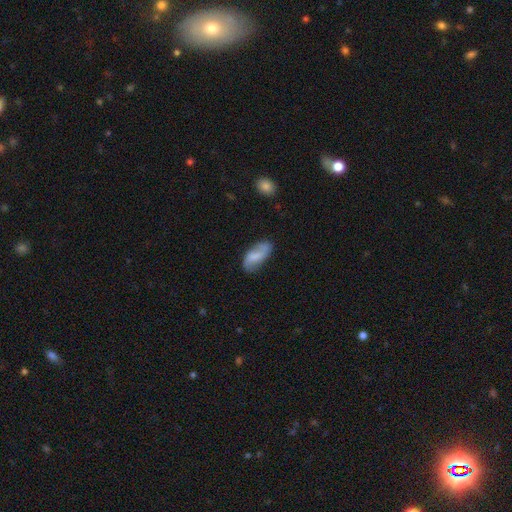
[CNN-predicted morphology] A featured or disk galaxy (48%).

Vote fractions:
- Smooth or featured? featured or disk: 48% / smooth: 45% / star or artifact: 7%
- Merging? none: 70% / minor disturbance: 21% / major disturbance: 6% / merger: 3%